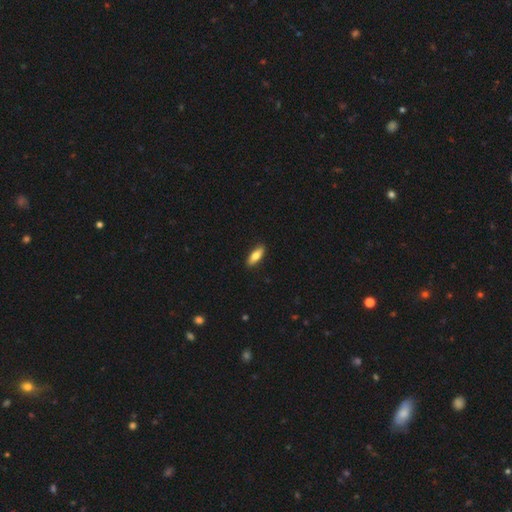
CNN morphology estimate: This appears to be a smooth galaxy with no disk features (72%) that is in between round and cigar-shaped (57%). Merging: none (90%).